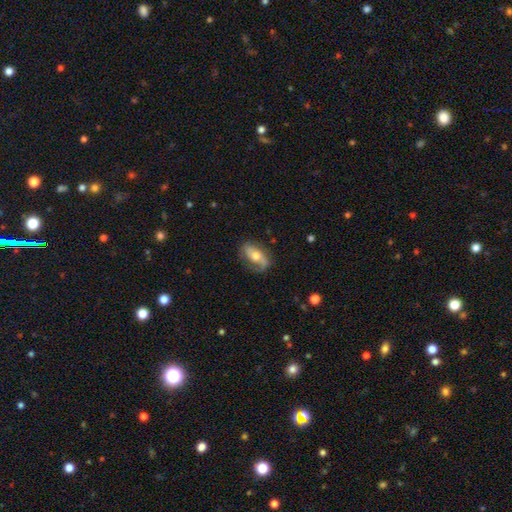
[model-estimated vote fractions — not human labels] This appears to be a featured or disk galaxy (57%) with no bar (52%), spiral arms (75%) and a moderate central bulge (70%). Merging: none (65%).